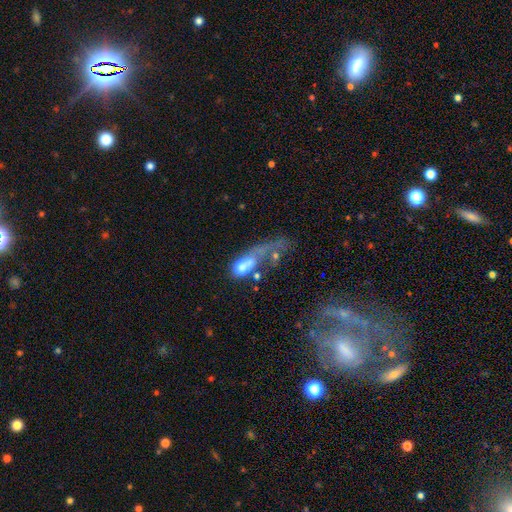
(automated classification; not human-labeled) The model was most divided on "merging": none: 36%, major disturbance: 24%, merger: 24%, minor disturbance: 16%. More confident: edge-on disk — no (81%); smooth or featured — featured or disk (51%).